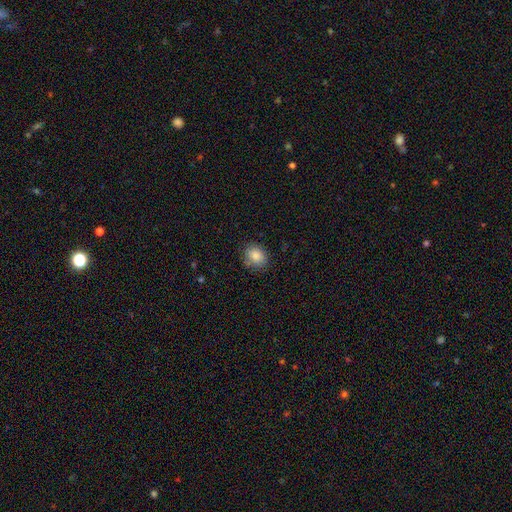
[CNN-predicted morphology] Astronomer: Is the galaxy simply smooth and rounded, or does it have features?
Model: smooth — 86%.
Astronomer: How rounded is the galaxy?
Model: in between — 52% (runner-up: round, 47%).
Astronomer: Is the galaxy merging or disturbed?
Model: none — 82%.